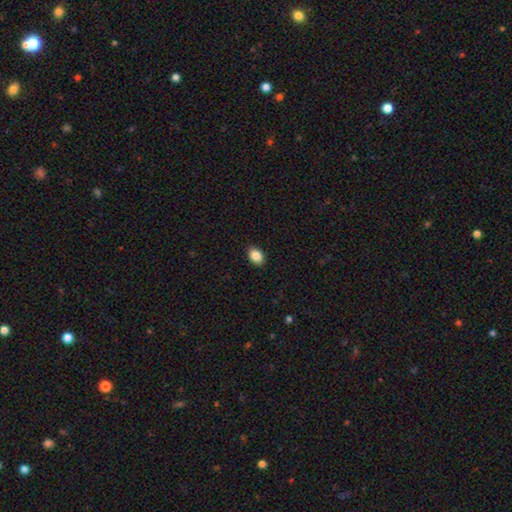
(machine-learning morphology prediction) Smooth or featured? smooth (87%)
How rounded? in between (79%)
Merging? none (88%)